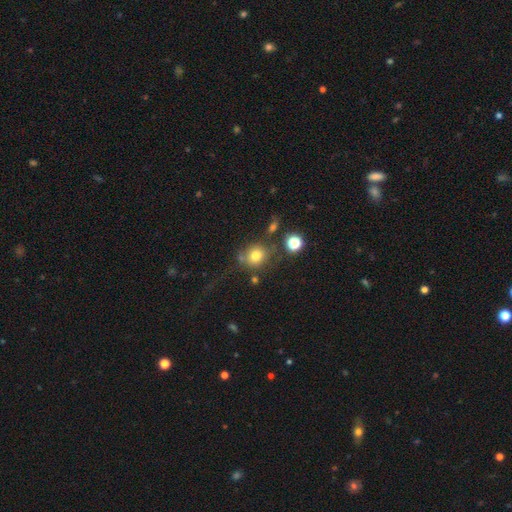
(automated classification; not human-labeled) Smooth or featured? smooth (75%)
How rounded? round (77%)
Merging? none (61%)